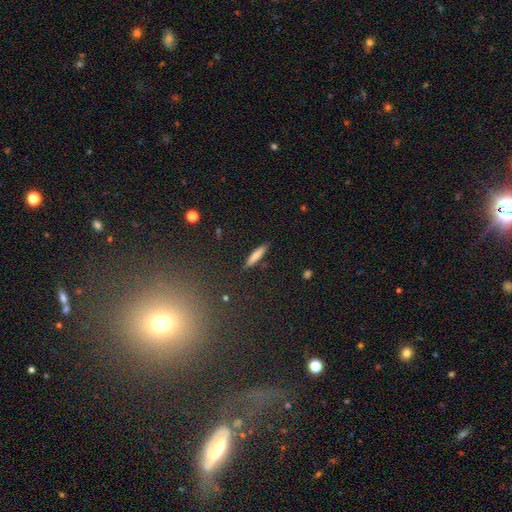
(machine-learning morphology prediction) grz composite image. It shows a smooth galaxy with no disk features (77%) that is cigar-shaped (87%). Merging: none (88%).